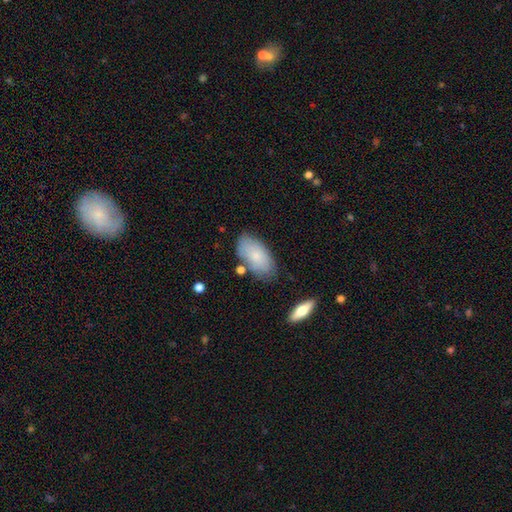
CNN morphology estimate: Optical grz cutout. It shows a smooth galaxy with no disk features (75%) that is in between round and cigar-shaped (94%). Merging: none (74%).